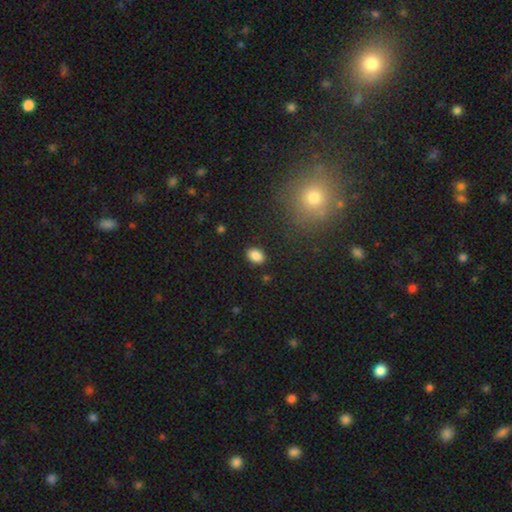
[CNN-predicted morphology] A smooth galaxy with no disk features (86%) that is in between round and cigar-shaped (81%). Merging: none (87%).